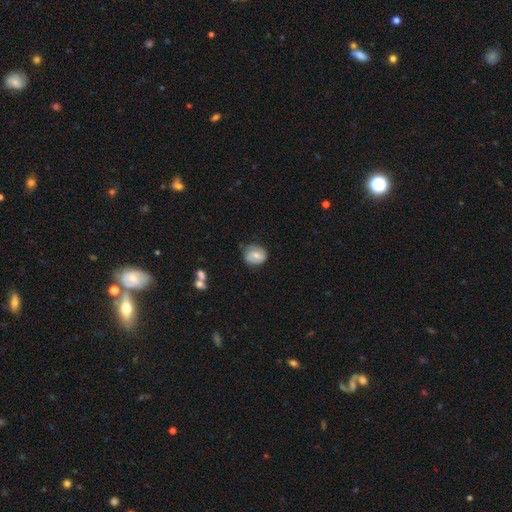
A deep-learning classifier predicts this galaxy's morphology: A smooth galaxy with no disk features (54%) that is round (61%).

Vote fractions:
- Smooth or featured? smooth: 54% / featured or disk: 38% / star or artifact: 7%
- How rounded? round: 61% / in between: 38% / cigar-shaped: 1%
- Merging? none: 65% / minor disturbance: 27% / major disturbance: 7% / merger: 2%